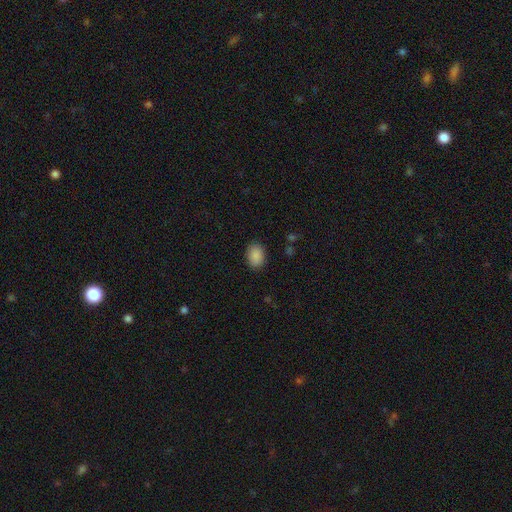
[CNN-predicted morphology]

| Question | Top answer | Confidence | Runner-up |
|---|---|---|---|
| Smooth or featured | smooth | 89% | star or artifact (8%) |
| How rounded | in between | 74% | round (25%) |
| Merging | none | 87% | minor disturbance (9%) |